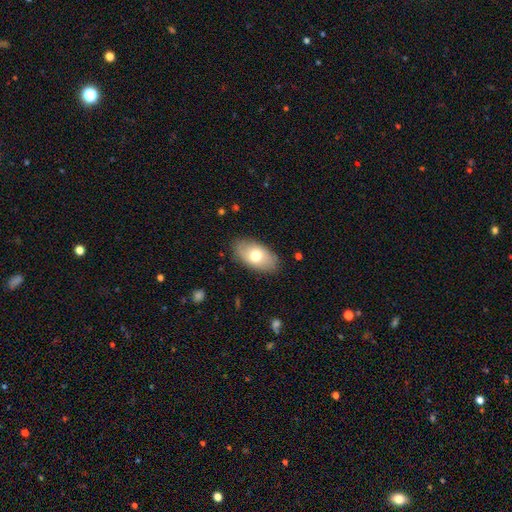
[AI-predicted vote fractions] Smooth or featured? Predicted: smooth (p=0.70). How rounded? Predicted: in between (p=0.93). Merging? Predicted: none (p=0.85).